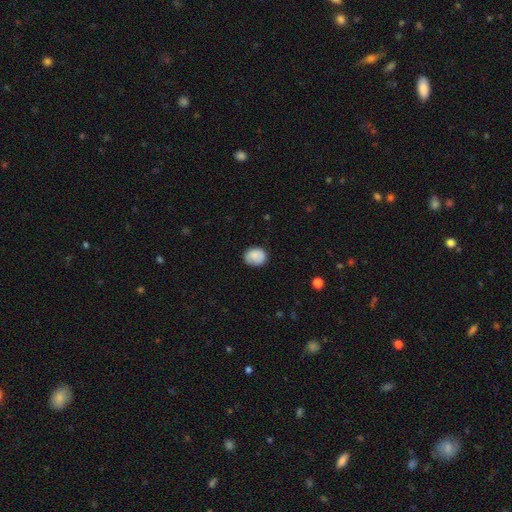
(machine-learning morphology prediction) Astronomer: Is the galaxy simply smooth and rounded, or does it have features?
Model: smooth — 83%.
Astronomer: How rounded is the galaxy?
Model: round — 63%.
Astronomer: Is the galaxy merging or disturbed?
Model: none — 76%.